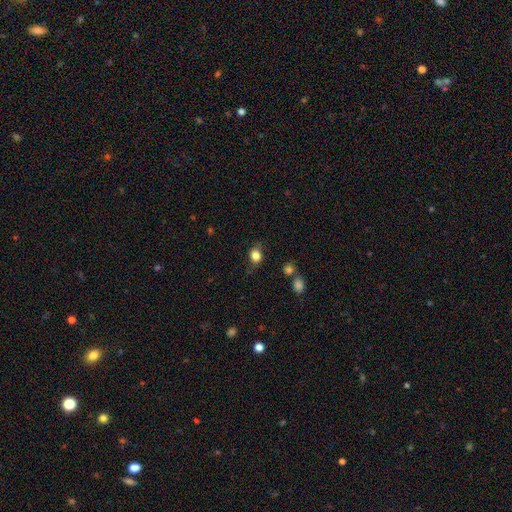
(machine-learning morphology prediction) Smooth or featured? Predicted: smooth (p=0.82). How rounded? Predicted: round (p=0.50). Merging? Predicted: none (p=0.73).